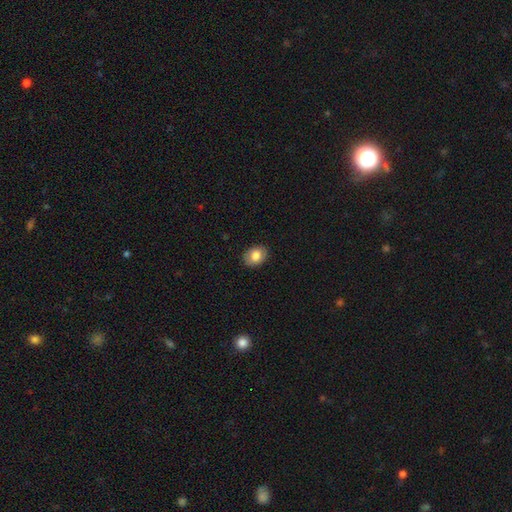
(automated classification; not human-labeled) A smooth galaxy with no disk features (80%) that is in between round and cigar-shaped (62%).

Vote fractions:
- Smooth or featured? smooth: 80% / featured or disk: 13% / star or artifact: 8%
- How rounded? in between: 62% / round: 38% / cigar-shaped: 1%
- Merging? none: 89% / minor disturbance: 9% / major disturbance: 2% / merger: 1%